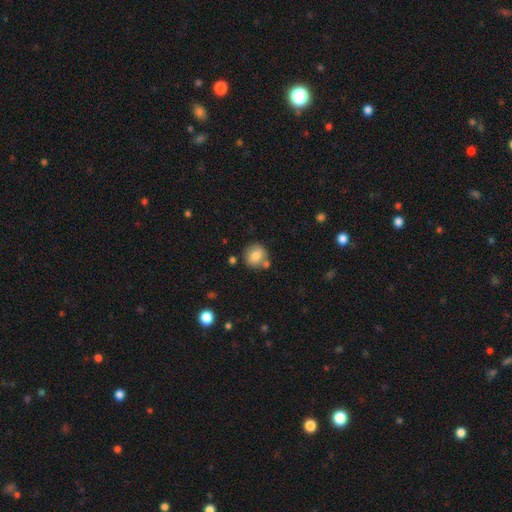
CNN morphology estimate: Overall: smooth (79%). How rounded: round (89%). Merging: none (73%).